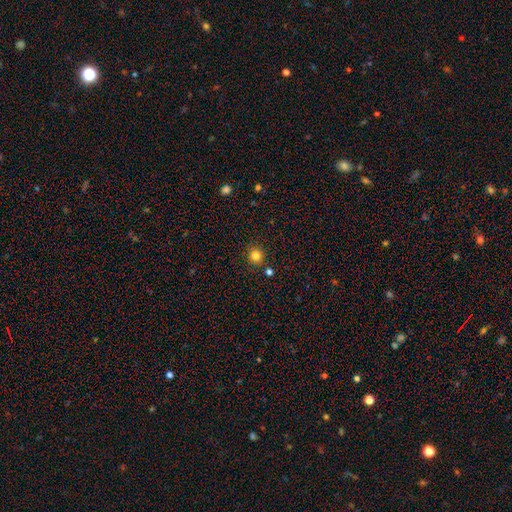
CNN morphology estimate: The model was most divided on "smooth or featured": smooth: 82%, star or artifact: 13%, featured or disk: 5%. More confident: how rounded — round (91%); merging — none (88%).